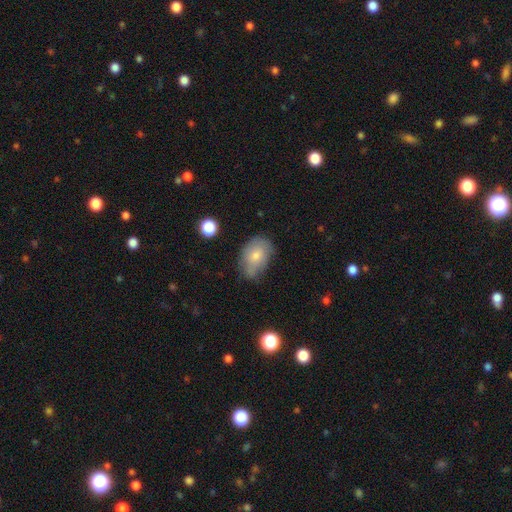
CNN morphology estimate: The model was most divided on "merging": none: 53%, minor disturbance: 34%, major disturbance: 9%, merger: 4%. More confident: how rounded — in between (82%); smooth or featured — smooth (73%).